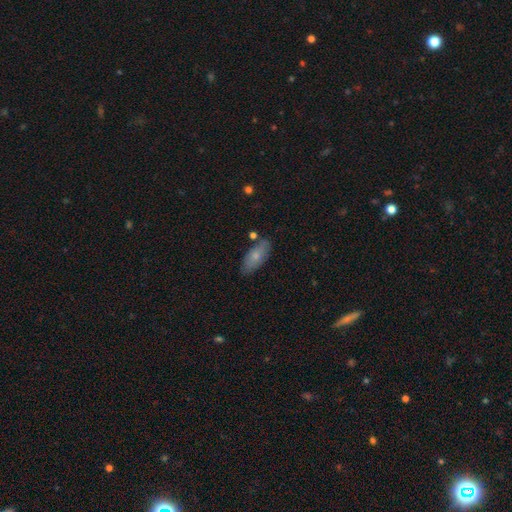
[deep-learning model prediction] This is likely a smooth galaxy (73%). How rounded: clearly in between (83%). Merging: likely none (75%).